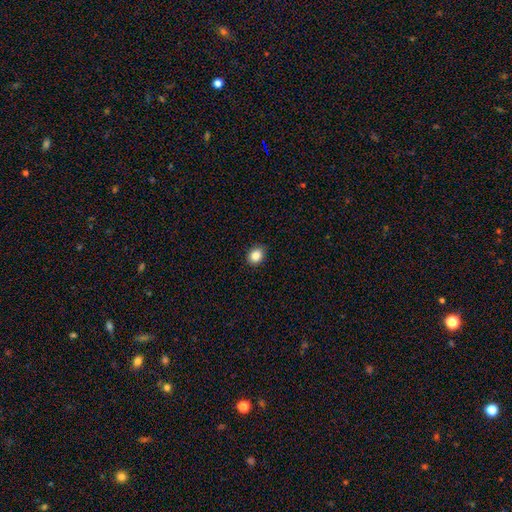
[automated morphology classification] Smooth or featured? Predicted: smooth (p=0.86). How rounded? Predicted: round (p=0.50). Merging? Predicted: none (p=0.90).